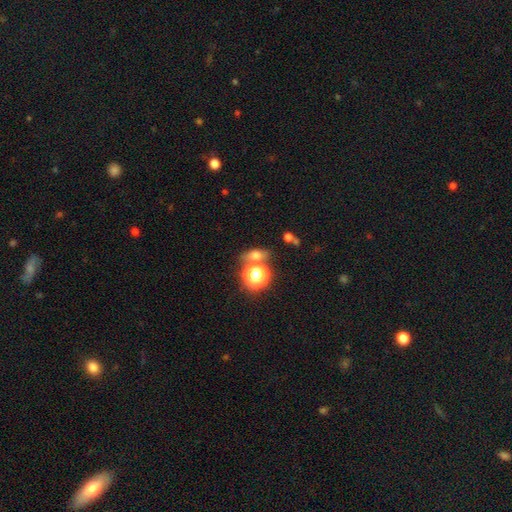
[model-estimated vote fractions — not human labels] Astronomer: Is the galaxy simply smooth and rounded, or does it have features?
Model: smooth — 61%.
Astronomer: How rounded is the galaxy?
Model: in between — 53% (runner-up: round, 40%).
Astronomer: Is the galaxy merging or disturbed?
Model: none — 67%.